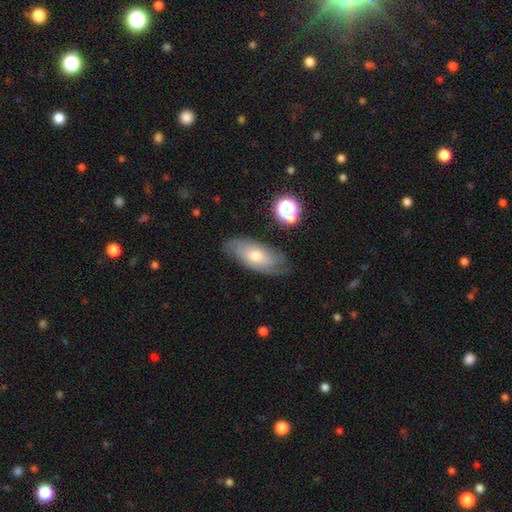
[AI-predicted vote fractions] smooth 46%, featured or disk 45%, star or artifact 9%. Down the decision tree: merging — none (72%).